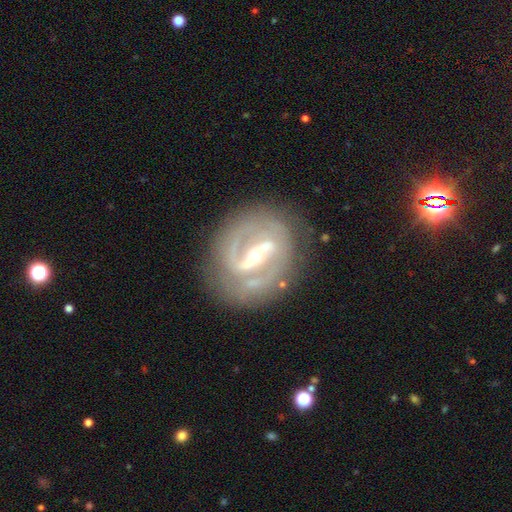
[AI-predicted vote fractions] A featured or disk galaxy (87%) with a strong bar (66%), 2 (79%) medium (45%) spiral arms (88%) and a small central bulge (64%).

Vote fractions:
- Smooth or featured? featured or disk: 87% / smooth: 7% / star or artifact: 6%
- Edge-on disk? no: 95% / yes: 5%
- Bar? strong: 66% / weak: 24% / no: 9%
- Spiral arms? yes: 88% / no: 12%
- Spiral winding? medium: 45% / tight: 40% / loose: 15%
- Spiral arm count? 2: 79% / can't tell: 9% / 3: 5% / 1: 3% / 4: 2% / more than 4: 1%
- Bulge size? small: 64% / moderate: 33% / large: 2% / none: 1% / dominant: 1%
- Merging? none: 78% / minor disturbance: 14% / major disturbance: 7% / merger: 2%